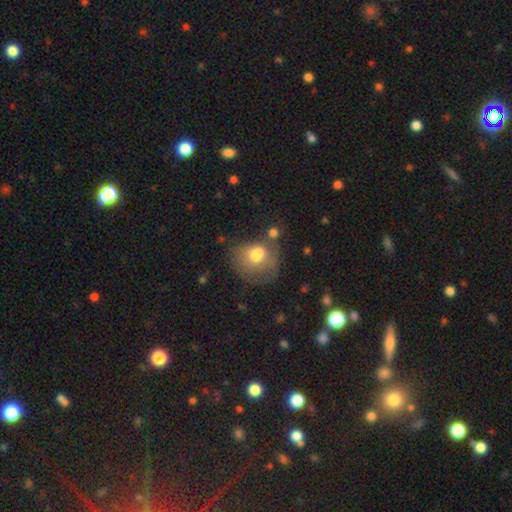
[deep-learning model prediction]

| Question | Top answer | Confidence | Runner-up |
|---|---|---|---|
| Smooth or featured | smooth | 65% | featured or disk (24%) |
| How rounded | round | 59% | in between (40%) |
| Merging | none | 36% | major disturbance (25%) |